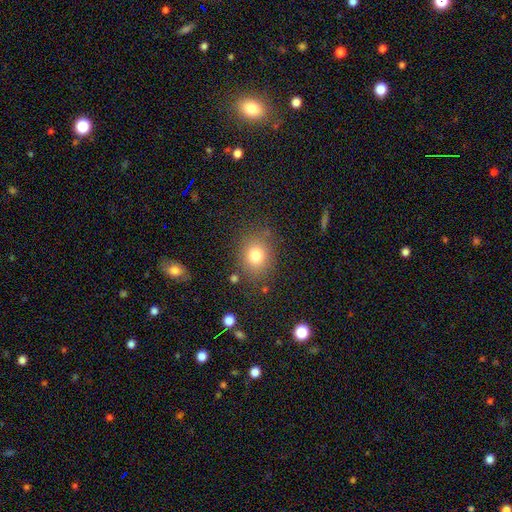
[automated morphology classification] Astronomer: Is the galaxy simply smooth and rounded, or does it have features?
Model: smooth — 79%.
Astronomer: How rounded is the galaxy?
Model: round — 67%.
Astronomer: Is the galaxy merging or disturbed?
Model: none — 80%.